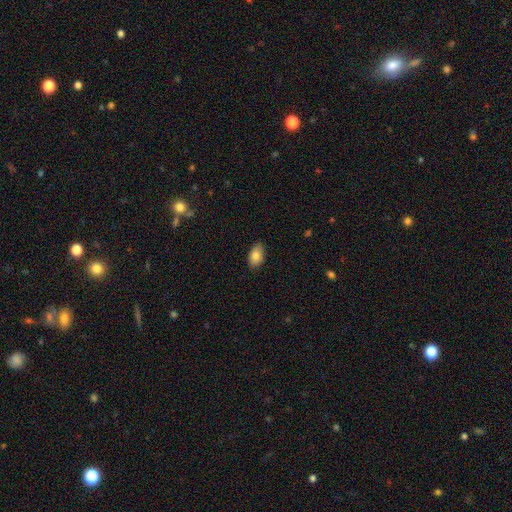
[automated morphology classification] This appears to be a smooth galaxy with no disk features (82%) that is in between round and cigar-shaped (92%). Merging: none (87%).